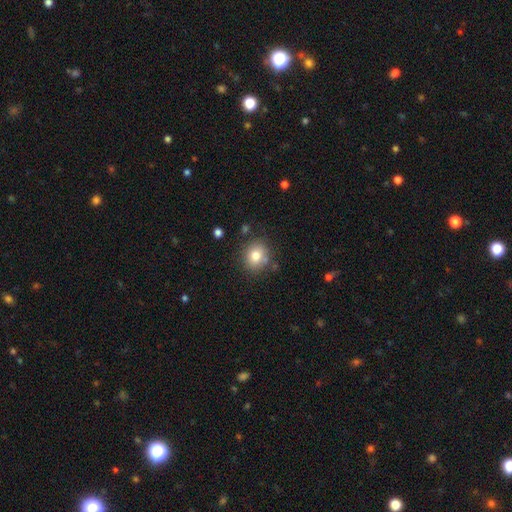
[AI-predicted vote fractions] smooth-or-featured: smooth: 78% | star or artifact: 11% | featured or disk: 11%
  how-rounded: round: 78% | in between: 21% | cigar-shaped: 1%
  merging: none: 80% | minor disturbance: 12% | merger: 4% | major disturbance: 3%